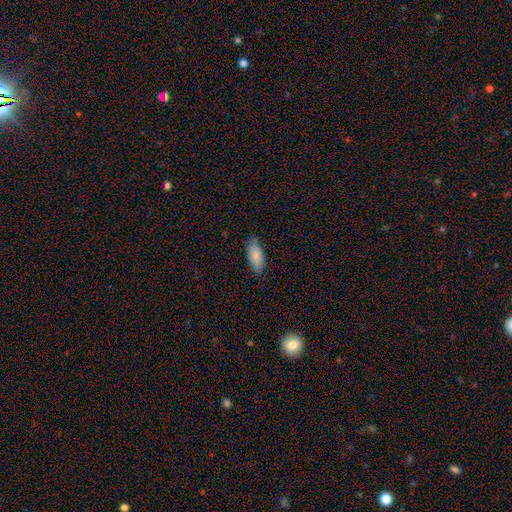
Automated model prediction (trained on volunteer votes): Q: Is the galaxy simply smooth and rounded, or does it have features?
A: smooth — 85%.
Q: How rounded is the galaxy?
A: in between — 87%.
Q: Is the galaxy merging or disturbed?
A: none — 77%.